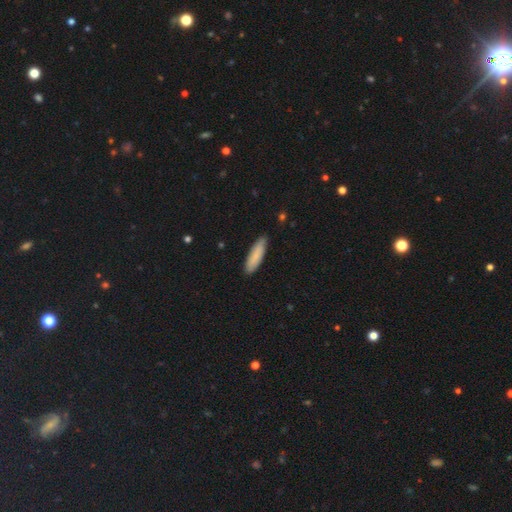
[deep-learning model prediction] Morphology: type=smooth (83%); roundness=cigar-shaped (60%); merging=none (84%).